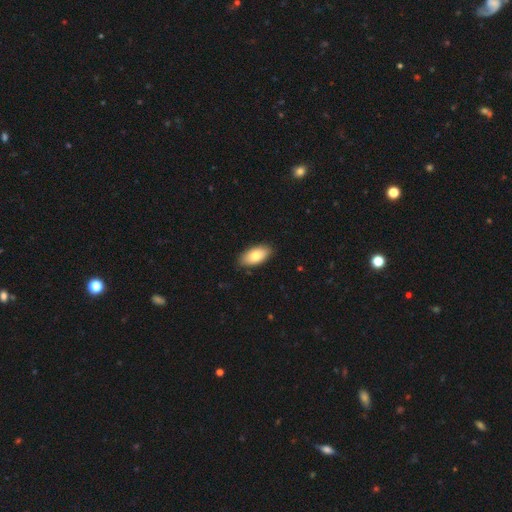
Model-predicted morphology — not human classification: This appears to be a smooth galaxy with no disk features (79%) that is in between round and cigar-shaped (92%). Merging: none (86%).